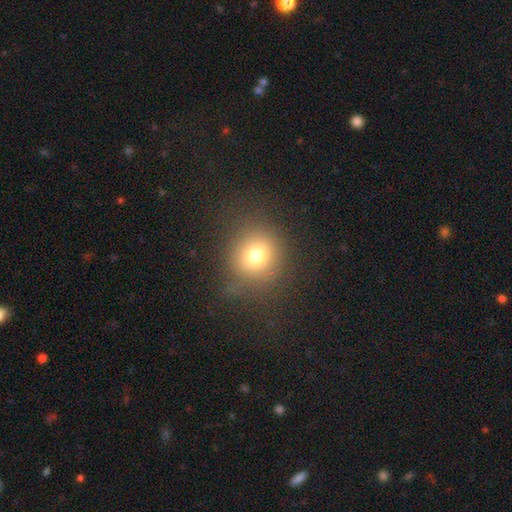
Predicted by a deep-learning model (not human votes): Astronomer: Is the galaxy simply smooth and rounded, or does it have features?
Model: smooth — 74%.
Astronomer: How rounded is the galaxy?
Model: round — 85%.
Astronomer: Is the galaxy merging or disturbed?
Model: none — 77%.